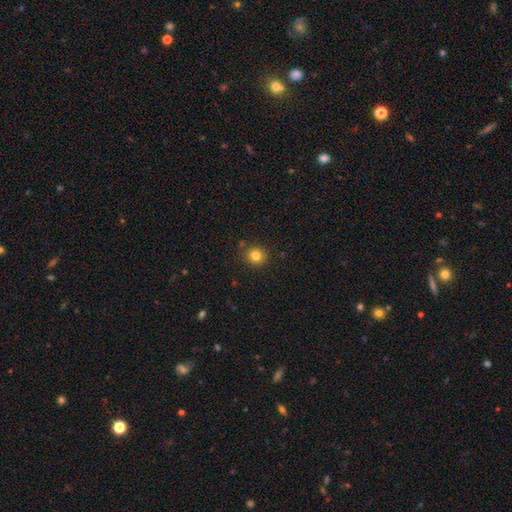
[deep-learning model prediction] The model was most divided on "smooth or featured": smooth: 82%, star or artifact: 13%, featured or disk: 6%. More confident: how rounded — round (89%); merging — none (88%).